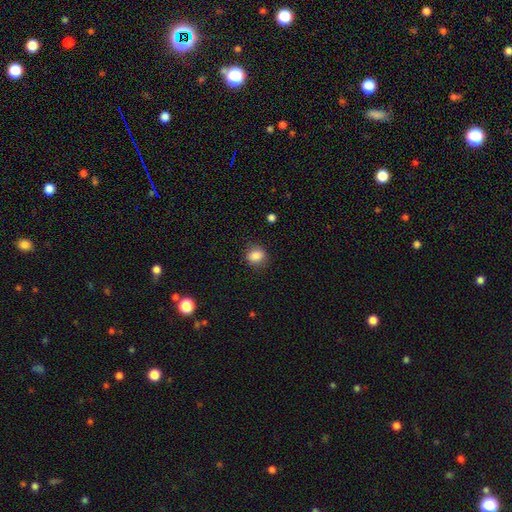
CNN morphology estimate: Smooth or featured? Predicted: smooth (p=0.85). How rounded? Predicted: round (p=0.67). Merging? Predicted: none (p=0.83).